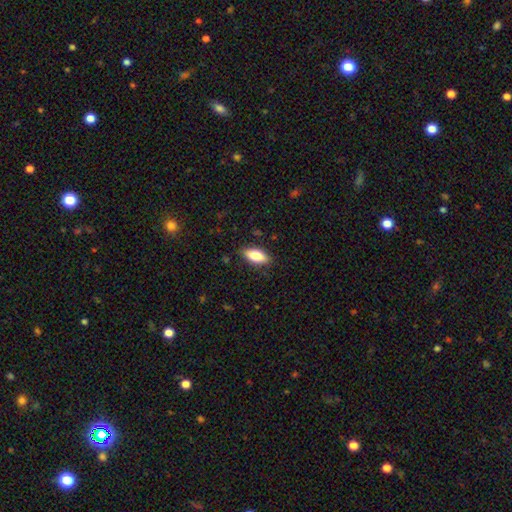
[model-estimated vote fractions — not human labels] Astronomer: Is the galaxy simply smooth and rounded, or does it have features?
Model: smooth — 77%.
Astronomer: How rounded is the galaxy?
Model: in between — 84%.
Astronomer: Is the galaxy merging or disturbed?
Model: none — 86%.